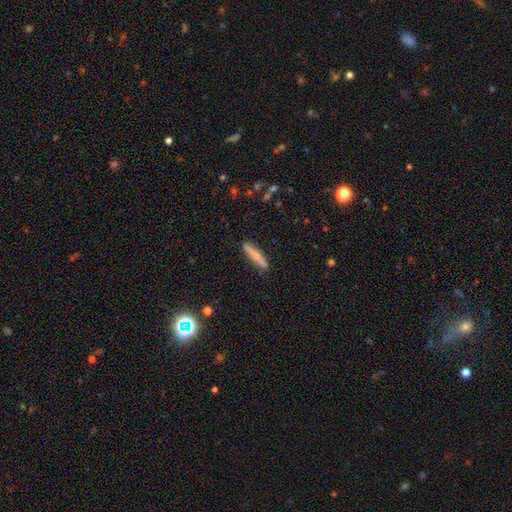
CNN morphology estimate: smooth-or-featured: smooth: 68% | featured or disk: 26% | star or artifact: 6%
  how-rounded: cigar-shaped: 91% | in between: 7% | round: 2%
  merging: none: 89% | minor disturbance: 8% | major disturbance: 2% | merger: 1%